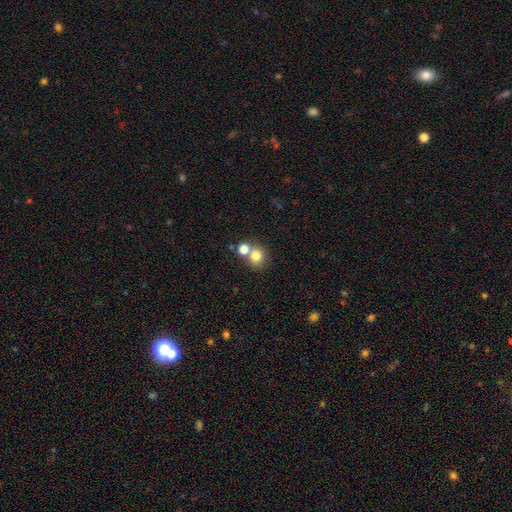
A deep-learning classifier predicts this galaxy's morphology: Smooth or featured: smooth — 79% (star or artifact — 12%)
How rounded: round — 88% (in between — 11%)
Merging: none — 52% (merger — 38%)